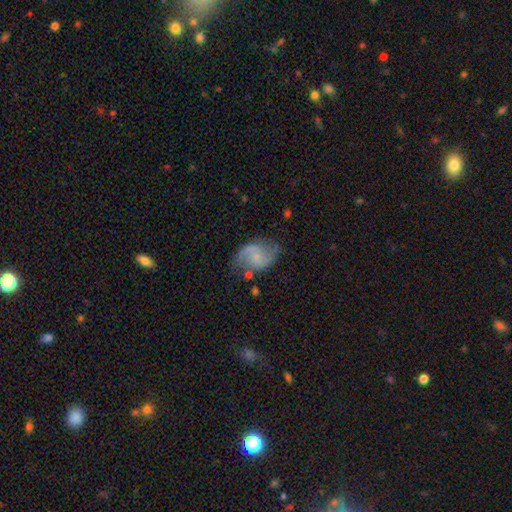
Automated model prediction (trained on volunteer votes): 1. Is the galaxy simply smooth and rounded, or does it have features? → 73% featured or disk, 20% smooth, 7% star or artifact.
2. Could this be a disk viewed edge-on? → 98% no, 2% yes.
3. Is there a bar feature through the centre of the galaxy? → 55% no, 38% weak, 8% strong.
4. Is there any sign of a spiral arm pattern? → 92% yes, 8% no.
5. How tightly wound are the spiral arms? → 47% loose, 41% medium, 12% tight.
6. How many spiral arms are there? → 90% 2, 5% can't tell, 2% 1, 1% 3, 1% 4, 1% more than 4.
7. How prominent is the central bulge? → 65% small, 18% moderate, 15% none, 1% large, 1% dominant.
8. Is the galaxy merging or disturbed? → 65% none, 22% minor disturbance, 9% major disturbance, 4% merger.